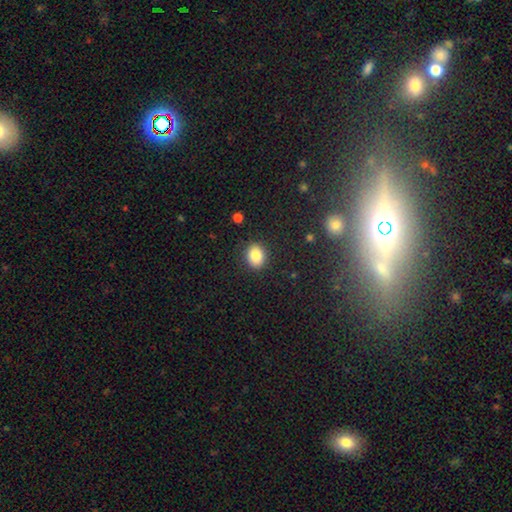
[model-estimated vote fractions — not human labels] This appears to be a smooth galaxy with no disk features (84%) that is round (54%). Merging: none (88%).